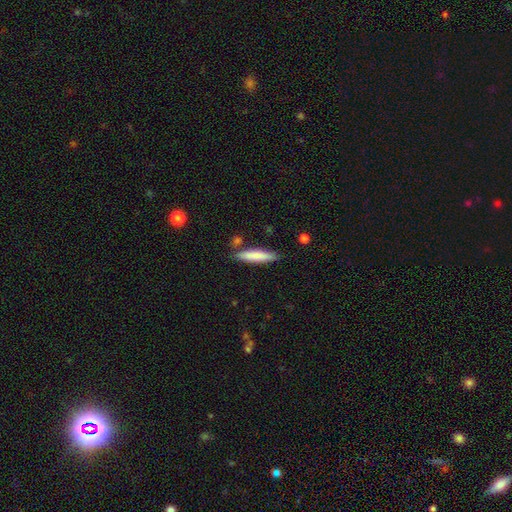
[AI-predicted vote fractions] Morphology: type=smooth (79%); roundness=cigar-shaped (85%); merging=none (81%).